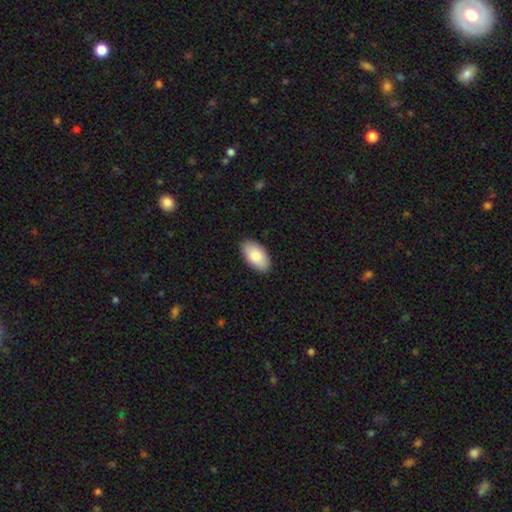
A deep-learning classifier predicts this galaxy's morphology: Smooth or featured? smooth (83%)
How rounded? in between (95%)
Merging? none (87%)